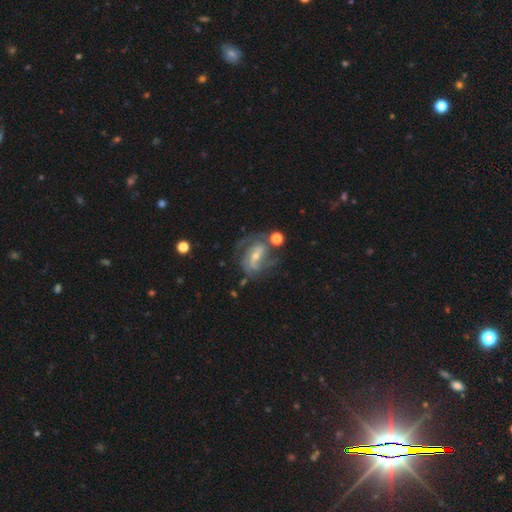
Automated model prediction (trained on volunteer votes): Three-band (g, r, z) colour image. It shows a featured or disk galaxy (82%) with a weak bar (44%), 2 (56%) medium (47%) spiral arms (91%) and a small central bulge (54%). Merging: none (53%).